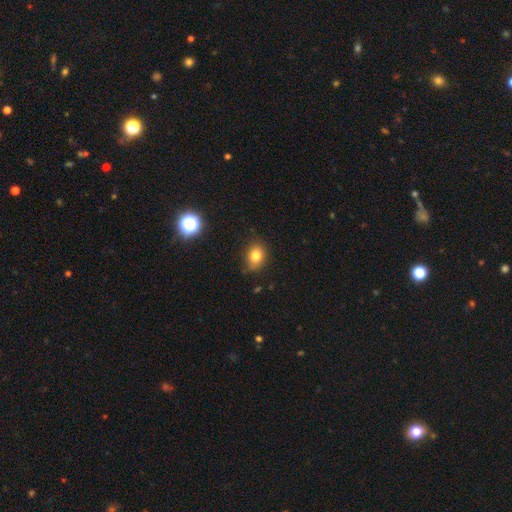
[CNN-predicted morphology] Smooth or featured: smooth — 79% (star or artifact — 13%)
How rounded: in between — 55% (round — 44%)
Merging: none — 73% (minor disturbance — 21%)